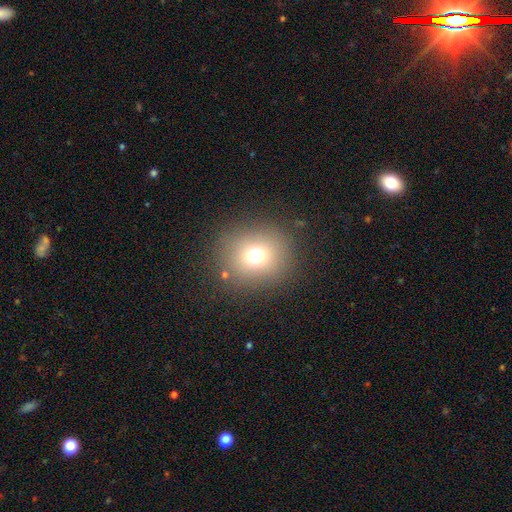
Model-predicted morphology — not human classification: Smooth or featured?
  - smooth: 70% *
  - star or artifact: 19%
  - featured or disk: 11%
How rounded?
  - round: 85% *
  - in between: 14%
  - cigar-shaped: 1%
Merging?
  - none: 86% *
  - minor disturbance: 8%
  - major disturbance: 5%
  - merger: 2%